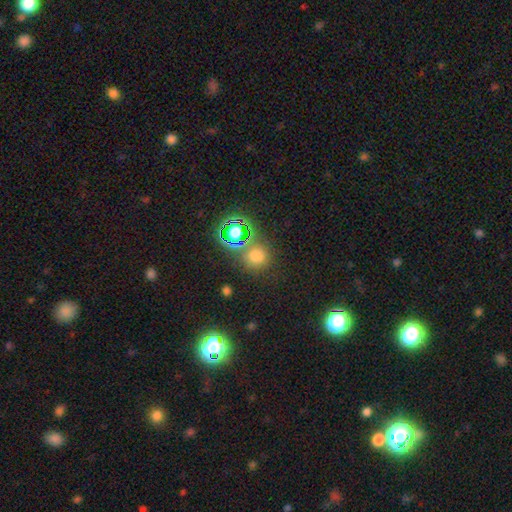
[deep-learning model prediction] Overall: smooth (63%; star or artifact 31%). How rounded: round (87%). Merging: none (77%).